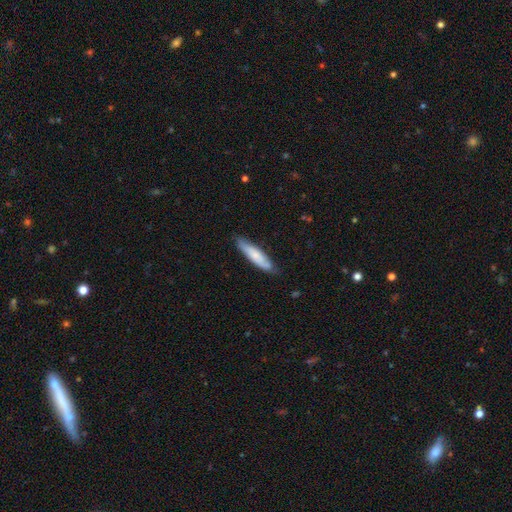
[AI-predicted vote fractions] Smooth or featured? Predicted: smooth (p=0.70). How rounded? Predicted: cigar-shaped (p=0.77). Merging? Predicted: none (p=0.78).